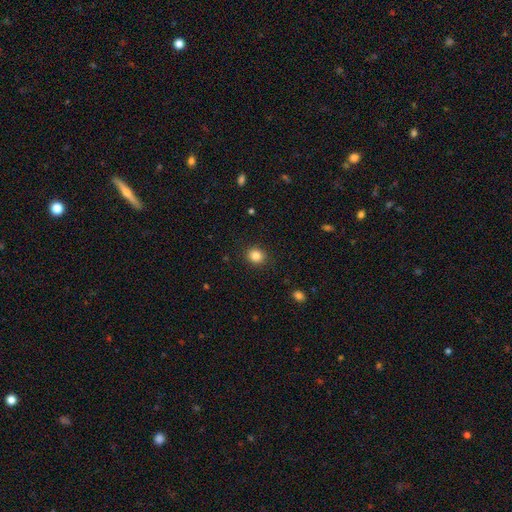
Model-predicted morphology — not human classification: A smooth galaxy with no disk features (85%) that is round (80%). Merging: none (90%).